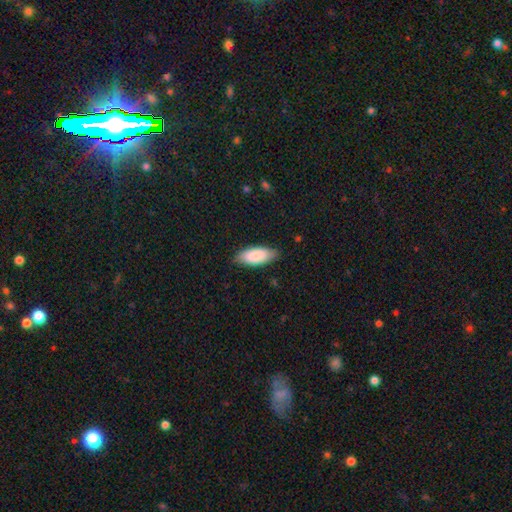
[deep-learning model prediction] Smooth or featured?
  - smooth: 86% *
  - featured or disk: 8%
  - star or artifact: 6%
How rounded?
  - in between: 85% *
  - cigar-shaped: 14%
  - round: 2%
Merging?
  - none: 81% *
  - minor disturbance: 16%
  - major disturbance: 2%
  - merger: 1%